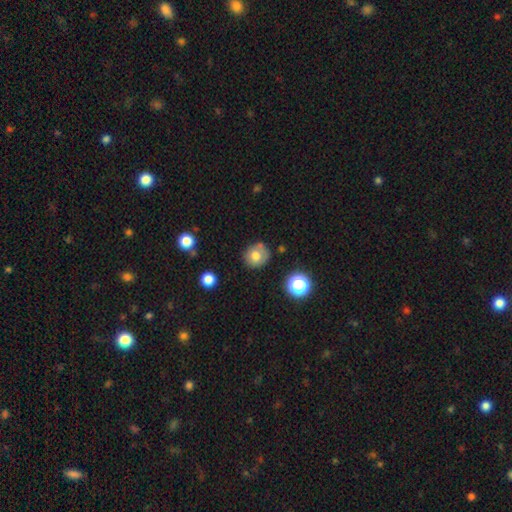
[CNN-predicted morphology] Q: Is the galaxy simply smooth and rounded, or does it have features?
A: smooth — 72%.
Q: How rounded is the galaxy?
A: round — 85%.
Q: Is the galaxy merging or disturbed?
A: none — 76%.